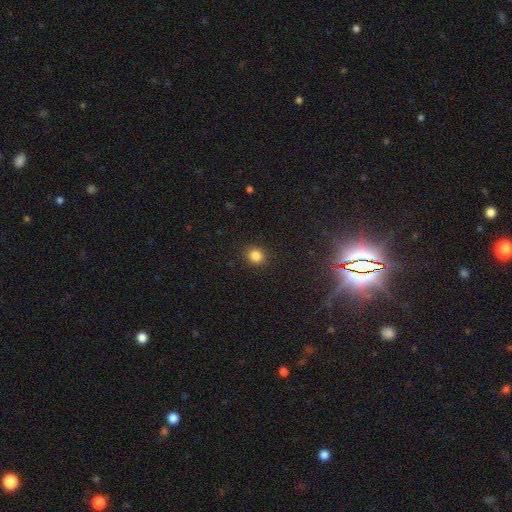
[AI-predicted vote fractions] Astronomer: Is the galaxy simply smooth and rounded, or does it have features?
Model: smooth — 83%.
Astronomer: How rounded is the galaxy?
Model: round — 76%.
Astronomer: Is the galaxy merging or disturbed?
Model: none — 90%.